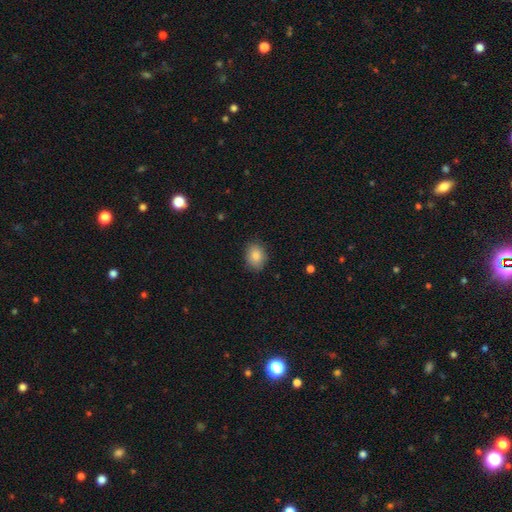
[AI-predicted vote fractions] smooth_or_featured: smooth (p=0.85) [alt: star or artifact p=0.08]
how_rounded: in between (p=0.61) [alt: round p=0.38]
merging: none (p=0.85) [alt: minor disturbance p=0.11]